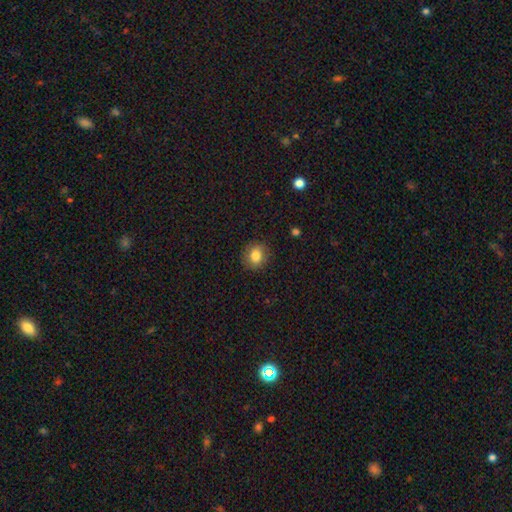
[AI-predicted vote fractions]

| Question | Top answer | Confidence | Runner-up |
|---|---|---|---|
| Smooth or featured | smooth | 81% | star or artifact (10%) |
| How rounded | round | 74% | in between (25%) |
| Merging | none | 86% | minor disturbance (10%) |